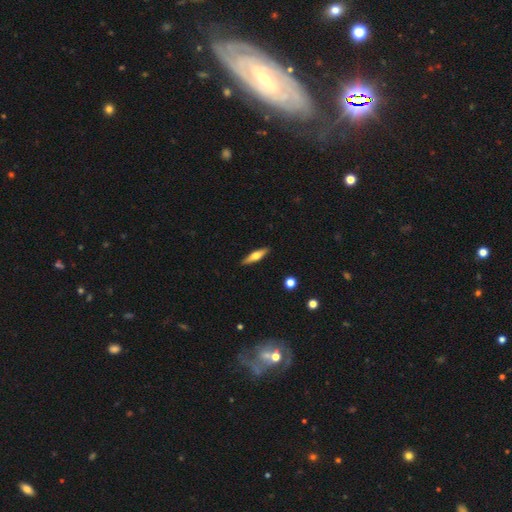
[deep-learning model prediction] Q: Smooth or featured?
A: featured or disk (49%); runner-up: smooth (45%)
Q: Merging?
A: none (90%); runner-up: minor disturbance (7%)